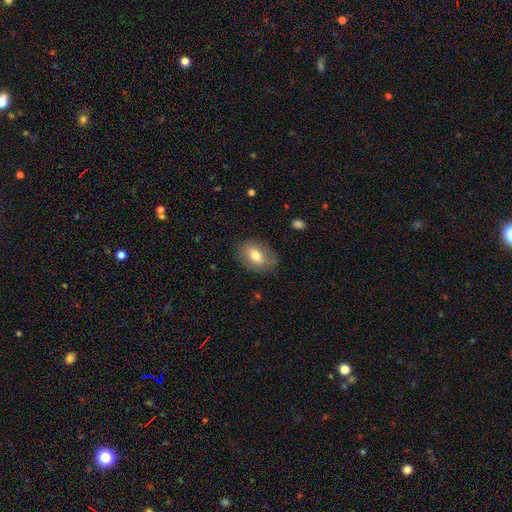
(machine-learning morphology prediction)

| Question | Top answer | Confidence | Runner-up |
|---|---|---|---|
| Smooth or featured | smooth | 70% | featured or disk (22%) |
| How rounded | in between | 79% | round (19%) |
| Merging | none | 81% | minor disturbance (14%) |